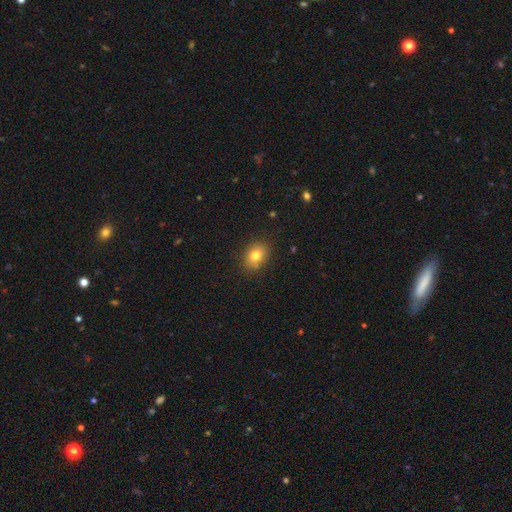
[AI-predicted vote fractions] A smooth galaxy with no disk features (79%) that is in between round and cigar-shaped (62%).

Vote fractions:
- Smooth or featured? smooth: 79% / star or artifact: 11% / featured or disk: 10%
- How rounded? in between: 62% / round: 37% / cigar-shaped: 1%
- Merging? none: 86% / minor disturbance: 10% / major disturbance: 2% / merger: 1%